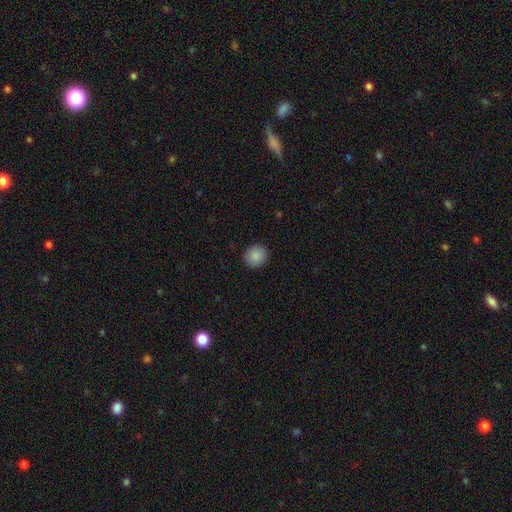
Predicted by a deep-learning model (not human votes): This is clearly a smooth galaxy (88%). How rounded: clearly round (86%). Merging: clearly none (91%).